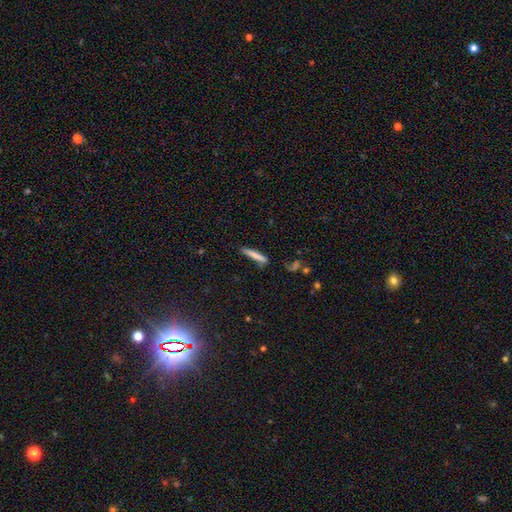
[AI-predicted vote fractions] Smooth or featured? smooth (75%)
How rounded? cigar-shaped (94%)
Merging? none (82%)